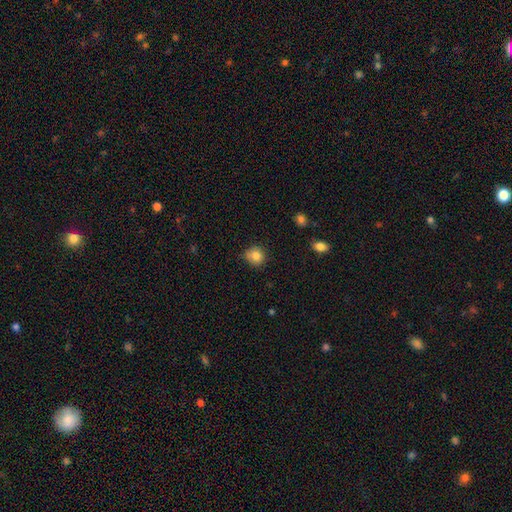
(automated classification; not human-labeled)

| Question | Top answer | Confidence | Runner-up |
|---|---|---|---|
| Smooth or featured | smooth | 83% | star or artifact (11%) |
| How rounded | round | 87% | in between (12%) |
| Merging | none | 76% | minor disturbance (20%) |